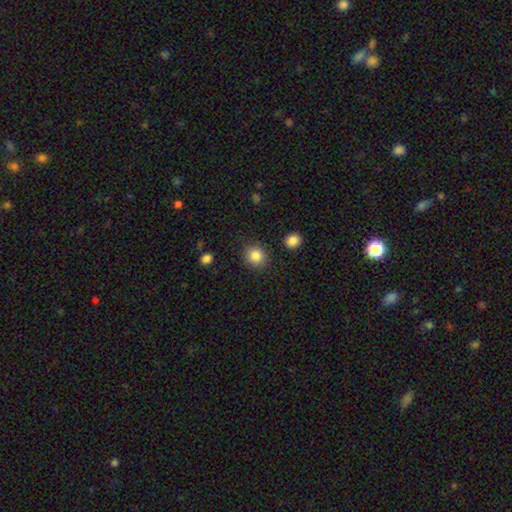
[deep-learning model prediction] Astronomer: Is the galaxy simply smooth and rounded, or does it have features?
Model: smooth — 86%.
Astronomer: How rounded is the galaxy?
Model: round — 85%.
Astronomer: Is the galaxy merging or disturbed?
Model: none — 87%.